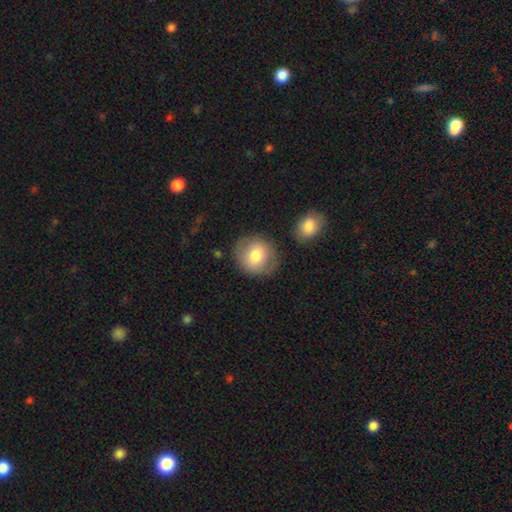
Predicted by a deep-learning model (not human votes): Smooth or featured? Predicted: smooth (p=0.76). How rounded? Predicted: round (p=0.84). Merging? Predicted: none (p=0.81).